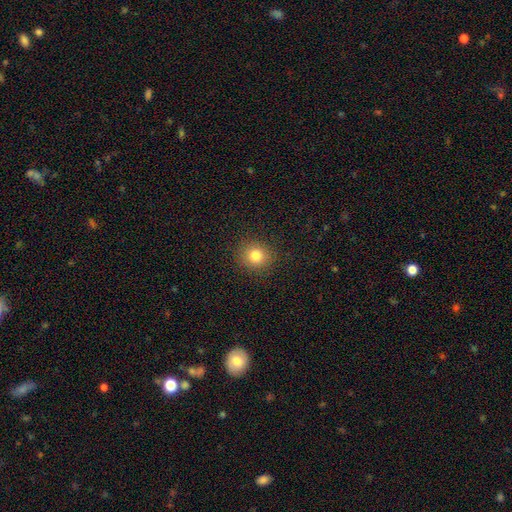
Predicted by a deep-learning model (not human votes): Smooth or featured? Predicted: smooth (p=0.81). How rounded? Predicted: round (p=0.86). Merging? Predicted: none (p=0.90).